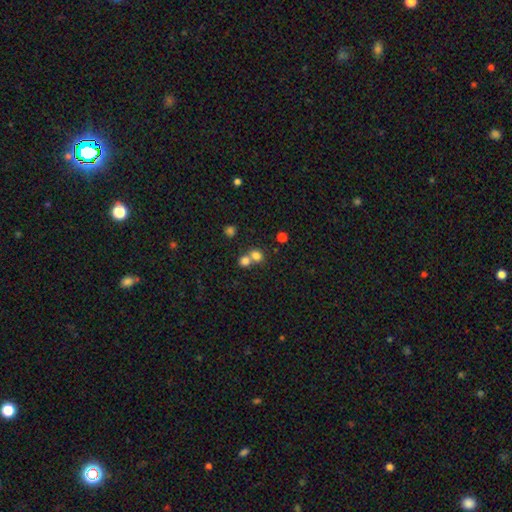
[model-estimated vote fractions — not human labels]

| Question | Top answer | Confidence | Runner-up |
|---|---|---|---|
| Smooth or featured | smooth | 77% | star or artifact (14%) |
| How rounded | round | 70% | in between (29%) |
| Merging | merger | 52% | none (39%) |